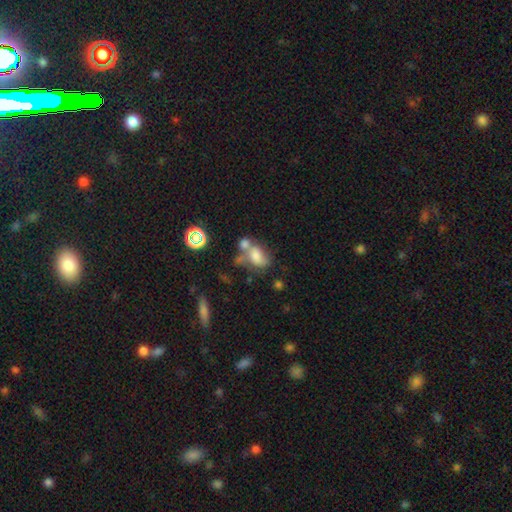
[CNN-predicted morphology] Overall: smooth (59%; featured or disk 26%). How rounded: in between (76%). Merging: merger (48%; none 23%).